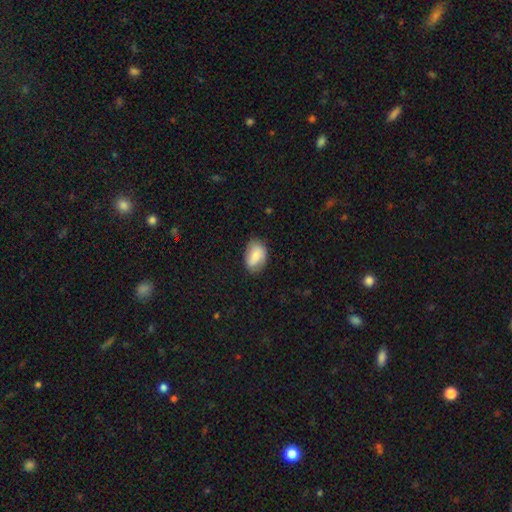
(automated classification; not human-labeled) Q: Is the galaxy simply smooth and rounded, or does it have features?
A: smooth — 77%.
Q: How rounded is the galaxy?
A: in between — 86%.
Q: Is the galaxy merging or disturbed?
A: none — 76%.